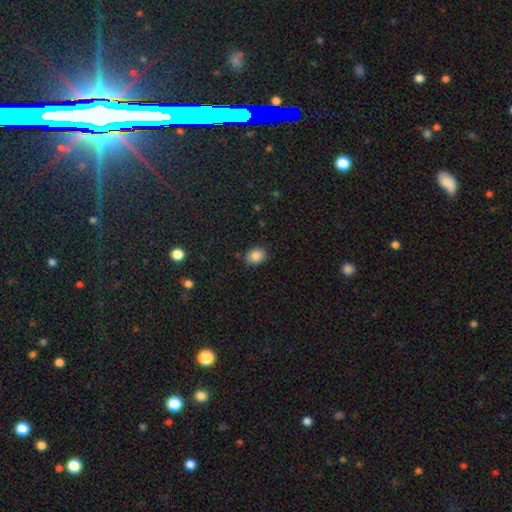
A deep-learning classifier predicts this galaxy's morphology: Smooth or featured? Predicted: smooth (p=0.85). How rounded? Predicted: in between (p=0.57). Merging? Predicted: none (p=0.84).